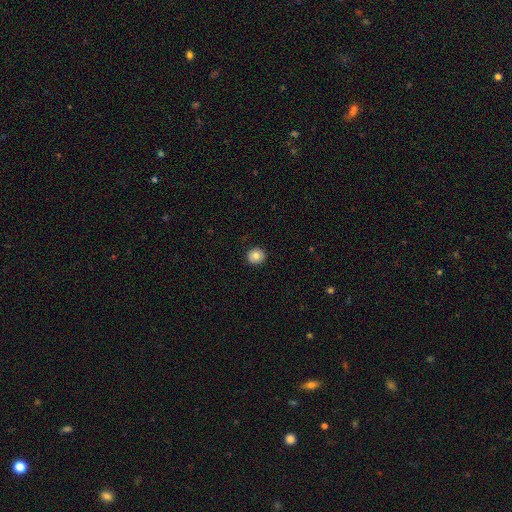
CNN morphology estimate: smooth-or-featured: smooth: 81% | featured or disk: 10% | star or artifact: 9%
  how-rounded: round: 91% | in between: 9% | cigar-shaped: 1%
  merging: none: 92% | minor disturbance: 6% | major disturbance: 2% | merger: 1%